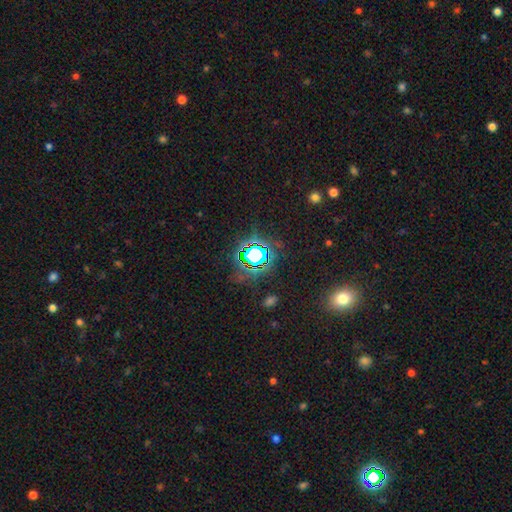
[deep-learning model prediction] Morphology: type=star or artifact (74%).